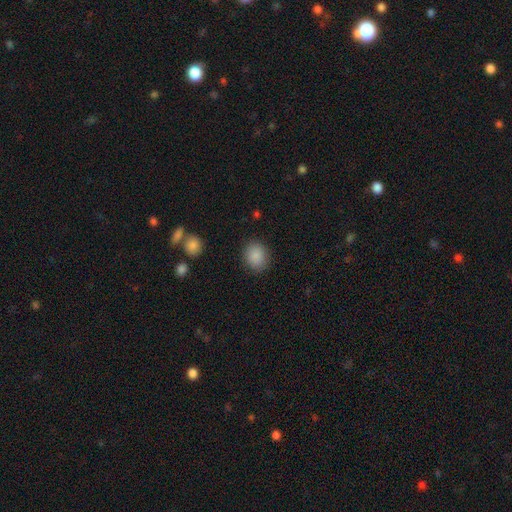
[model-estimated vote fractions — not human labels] smooth_or_featured: smooth (p=0.88) [alt: star or artifact p=0.08]
how_rounded: round (p=0.62) [alt: in between p=0.37]
merging: none (p=0.87) [alt: minor disturbance p=0.08]